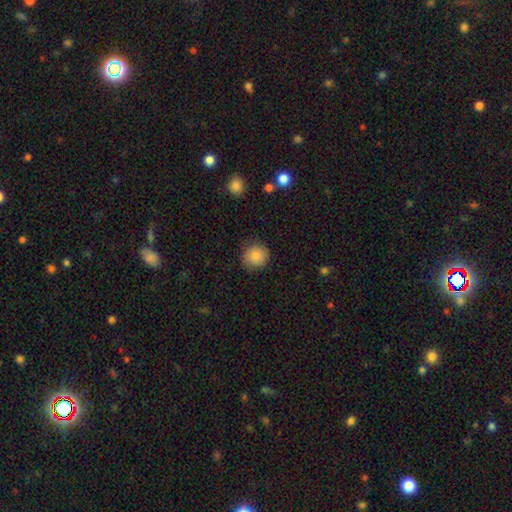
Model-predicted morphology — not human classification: The model was most divided on "merging": none: 84%, minor disturbance: 12%, major disturbance: 3%, merger: 1%. More confident: how rounded — round (90%); smooth or featured — smooth (85%).